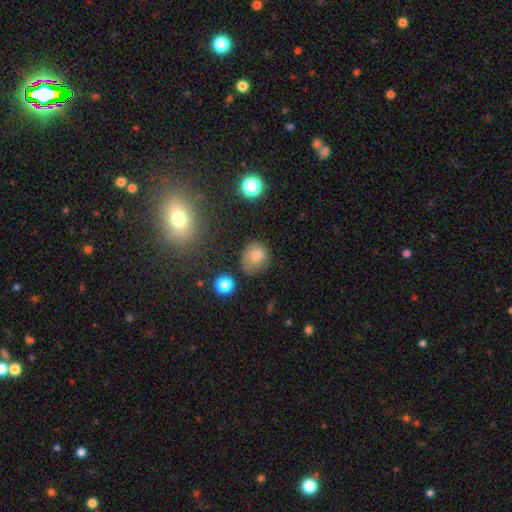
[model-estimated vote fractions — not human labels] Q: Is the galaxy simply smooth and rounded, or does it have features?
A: smooth — 76%.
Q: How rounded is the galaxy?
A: round — 56%.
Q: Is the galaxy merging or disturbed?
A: none — 56%.